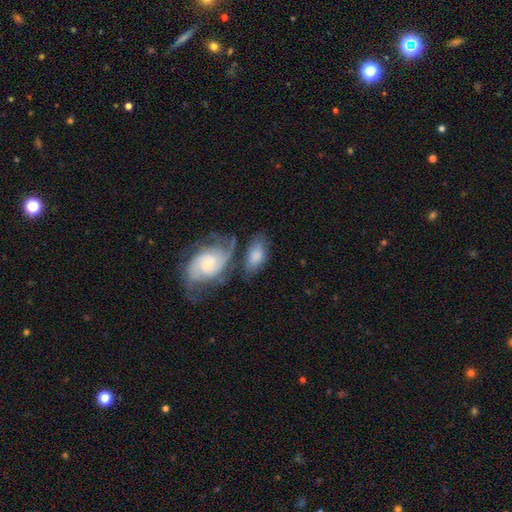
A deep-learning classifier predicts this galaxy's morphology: This is possibly a smooth galaxy (55%). How rounded: clearly in between (89%). Merging: marginally none (39%).